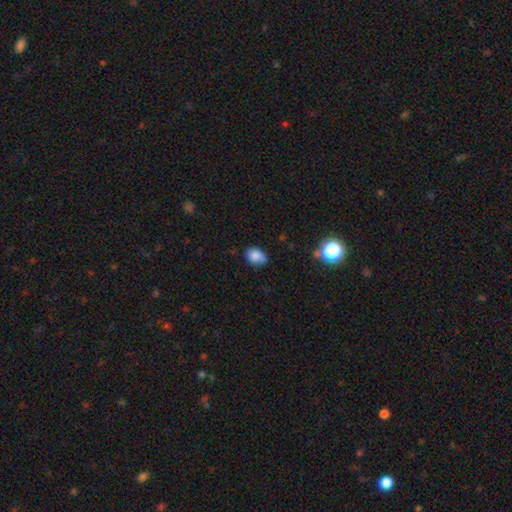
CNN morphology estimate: A smooth galaxy with no disk features (82%) that is in between round and cigar-shaped (74%). Merging: none (69%).